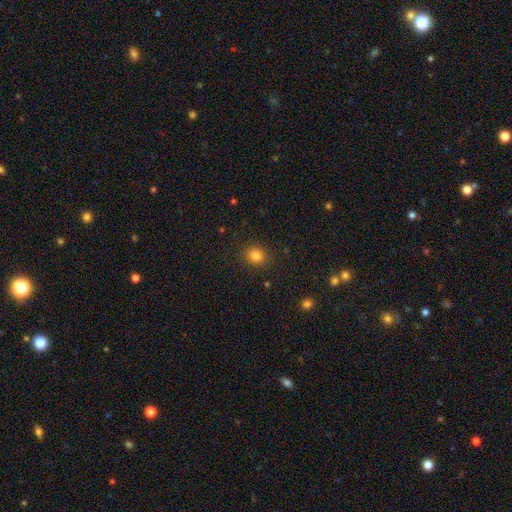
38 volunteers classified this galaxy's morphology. type=smooth (87%); roundness=round (97%); merging=none (89%).